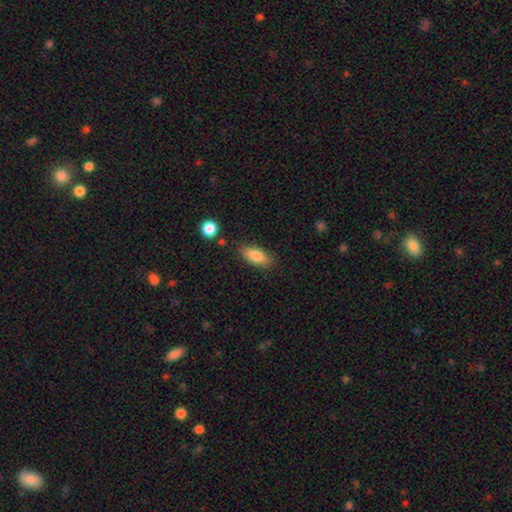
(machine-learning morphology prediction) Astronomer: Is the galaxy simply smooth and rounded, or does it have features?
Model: smooth — 84%.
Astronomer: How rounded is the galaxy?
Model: in between — 84%.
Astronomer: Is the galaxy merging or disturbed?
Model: none — 81%.